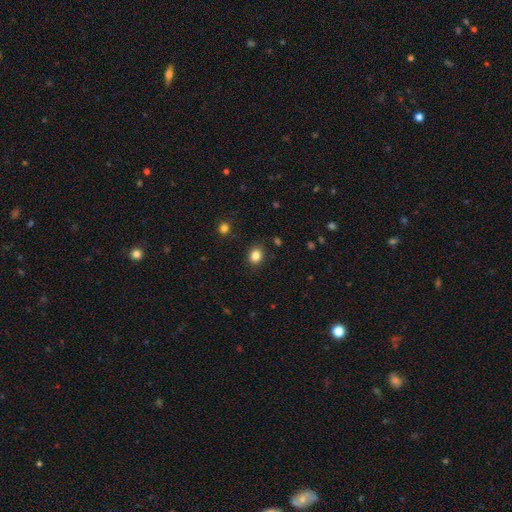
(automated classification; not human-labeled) smooth-or-featured: smooth: 84% | star or artifact: 11% | featured or disk: 5%
  how-rounded: round: 59% | in between: 40% | cigar-shaped: 1%
  merging: none: 87% | minor disturbance: 9% | major disturbance: 2% | merger: 2%